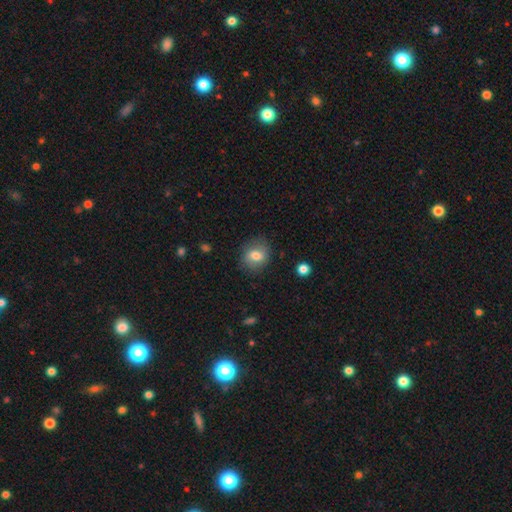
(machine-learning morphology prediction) This appears to be a smooth galaxy with no disk features (71%) that is round (61%). Merging: none (79%).